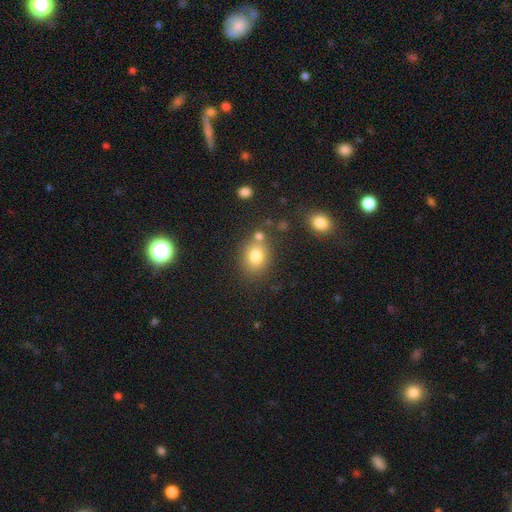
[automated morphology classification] A smooth galaxy with no disk features (79%) that is round (53%). Merging: none (68%).